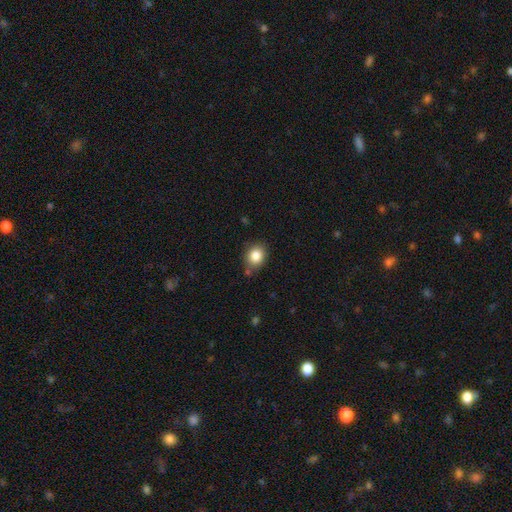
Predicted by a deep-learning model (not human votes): This appears to be a smooth galaxy with no disk features (85%) that is round (62%). Merging: none (78%).